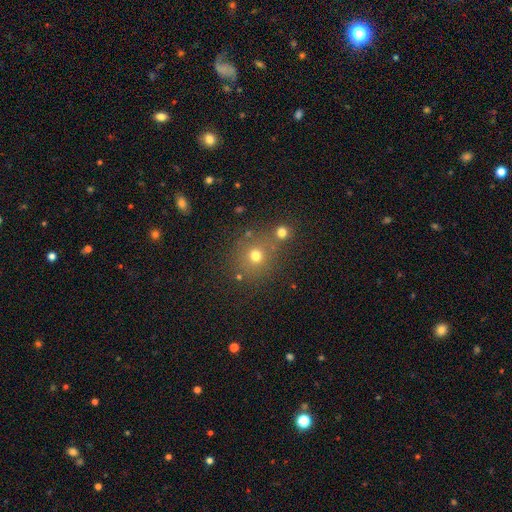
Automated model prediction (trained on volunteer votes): smooth-or-featured: smooth: 69% | star or artifact: 21% | featured or disk: 10%
  how-rounded: round: 89% | in between: 10% | cigar-shaped: 1%
  merging: none: 73% | merger: 13% | minor disturbance: 10% | major disturbance: 4%